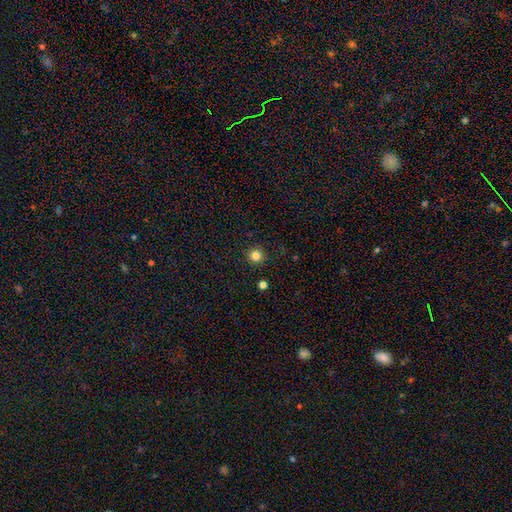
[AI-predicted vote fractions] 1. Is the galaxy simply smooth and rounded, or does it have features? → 82% smooth, 13% star or artifact, 5% featured or disk.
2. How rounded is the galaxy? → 95% round, 4% in between, 1% cigar-shaped.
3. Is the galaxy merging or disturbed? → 92% none, 5% minor disturbance, 2% major disturbance, 1% merger.